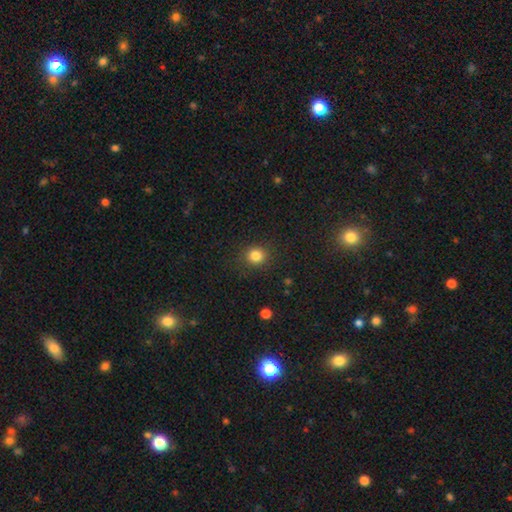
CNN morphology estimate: This appears to be a smooth galaxy with no disk features (84%) that is round (88%). Merging: none (89%).